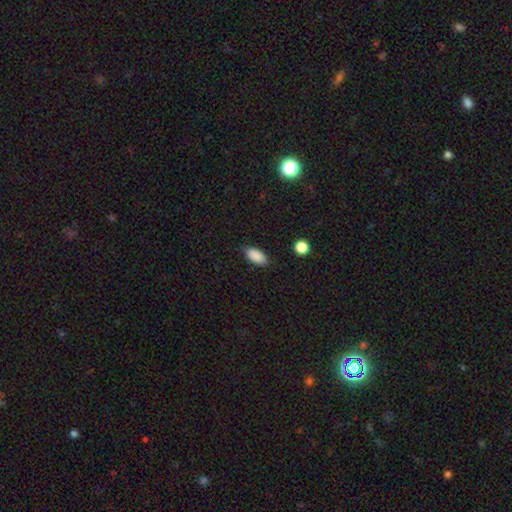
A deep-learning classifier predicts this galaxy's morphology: A smooth galaxy with no disk features (88%) that is in between round and cigar-shaped (92%). Merging: none (82%).